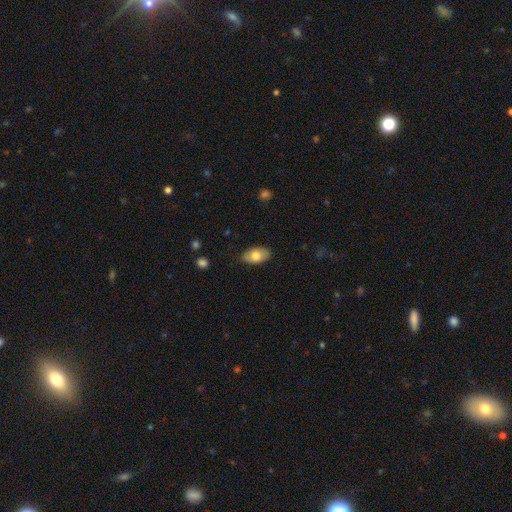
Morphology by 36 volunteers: smooth 81%, featured or disk 19%, star or artifact 0%. Down the decision tree: how rounded — in between (93%); merging — none (92%).